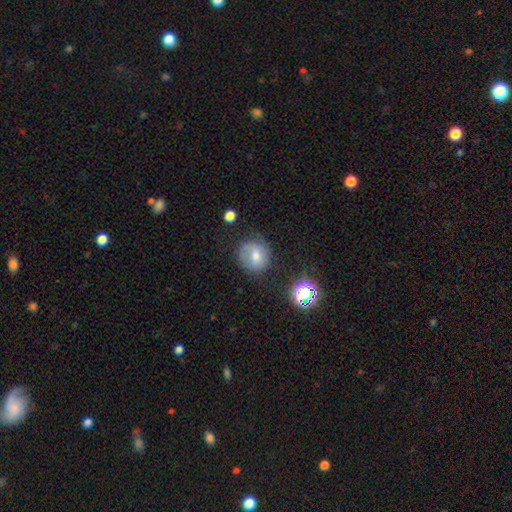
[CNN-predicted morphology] smooth 63%, featured or disk 24%, star or artifact 13%. Down the decision tree: how rounded — round (79%); merging — none (64%).